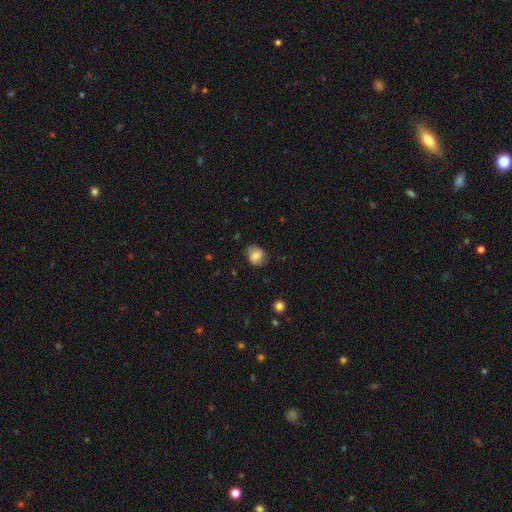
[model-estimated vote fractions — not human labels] Morphology: type=smooth (72%); roundness=round (63%); merging=none (74%).